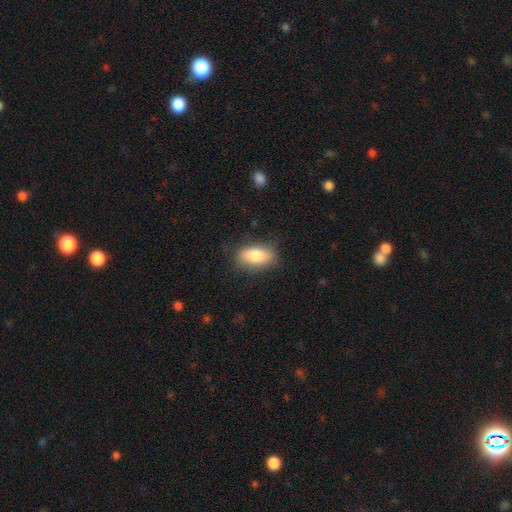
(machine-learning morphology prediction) Smooth or featured? smooth (81%)
How rounded? in between (88%)
Merging? none (82%)